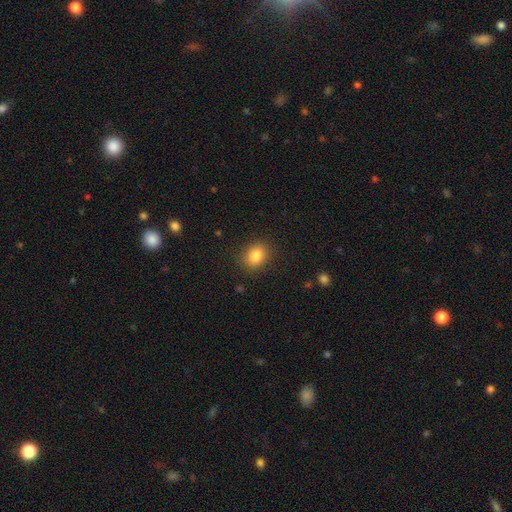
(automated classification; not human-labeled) Smooth or featured?
  - smooth: 85% *
  - star or artifact: 10%
  - featured or disk: 6%
How rounded?
  - in between: 54% *
  - round: 44%
  - cigar-shaped: 1%
Merging?
  - none: 87% *
  - minor disturbance: 9%
  - major disturbance: 3%
  - merger: 1%